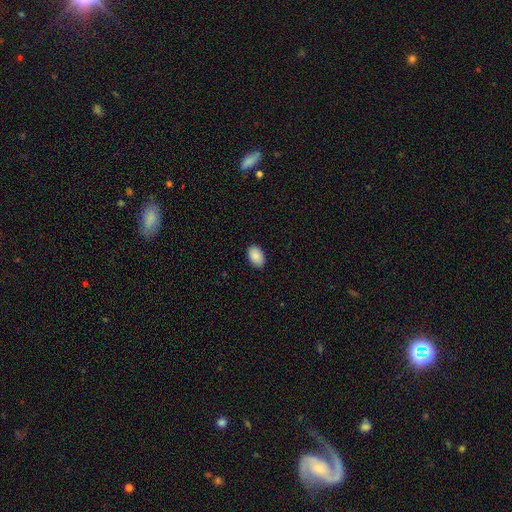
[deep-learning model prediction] Overall: smooth (89%). How rounded: in between (91%). Merging: none (88%).